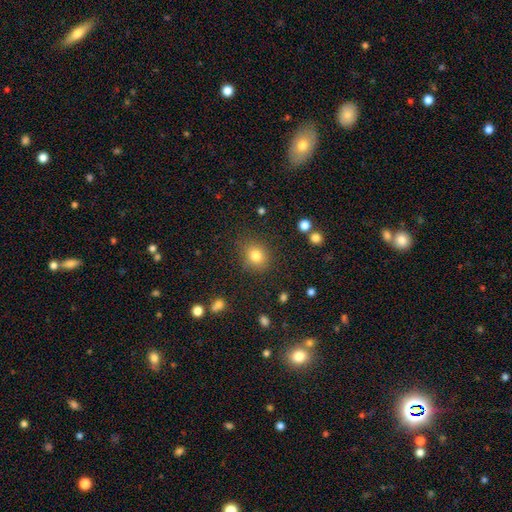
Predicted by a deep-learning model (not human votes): Smooth or featured? Predicted: smooth (p=0.81). How rounded? Predicted: round (p=0.69). Merging? Predicted: none (p=0.83).